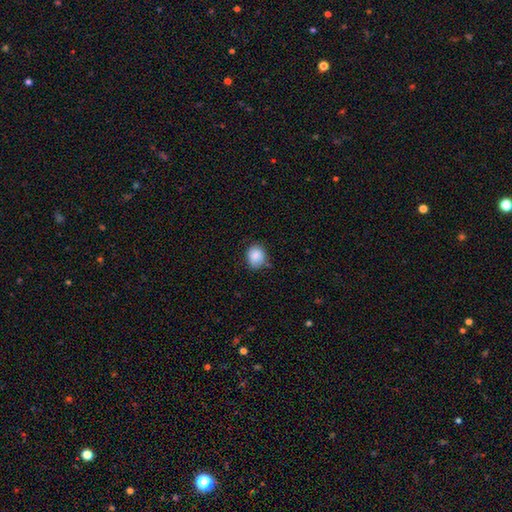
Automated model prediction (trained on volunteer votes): Smooth or featured? smooth (88%)
How rounded? round (64%)
Merging? none (75%)